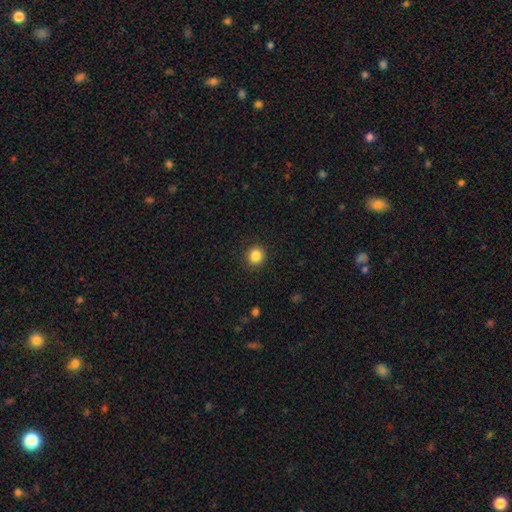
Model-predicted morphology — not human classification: Smooth or featured: smooth — 85% (star or artifact — 11%)
How rounded: round — 91% (in between — 8%)
Merging: none — 91% (minor disturbance — 6%)